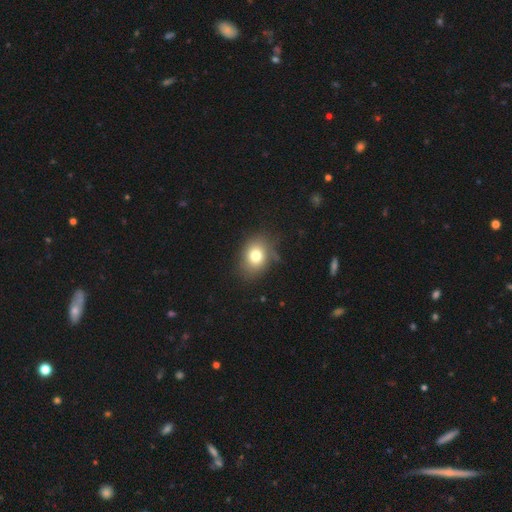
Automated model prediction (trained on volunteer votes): Smooth or featured? smooth (77%)
How rounded? in between (60%)
Merging? none (74%)